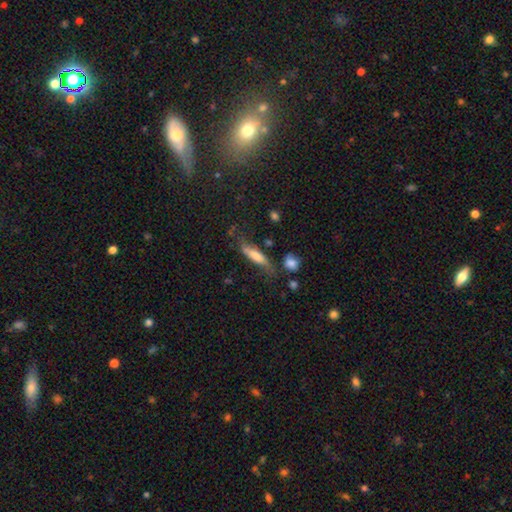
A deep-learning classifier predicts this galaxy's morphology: smooth 50%, featured or disk 38%, star or artifact 12%. Down the decision tree: how rounded — cigar-shaped (70%); merging — none (57%).